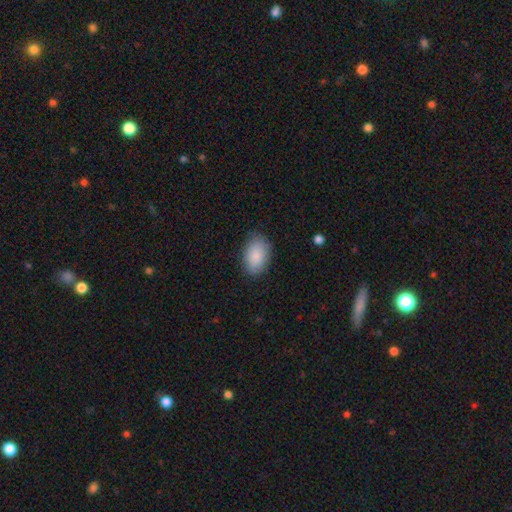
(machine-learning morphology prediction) smooth 88%, star or artifact 6%, featured or disk 6%. Down the decision tree: how rounded — in between (90%); merging — none (82%).